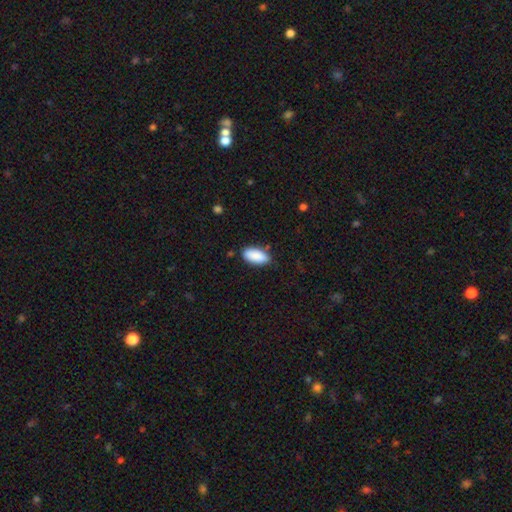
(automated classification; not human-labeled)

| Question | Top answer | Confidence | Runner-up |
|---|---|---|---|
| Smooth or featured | smooth | 90% | star or artifact (6%) |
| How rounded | in between | 91% | cigar-shaped (7%) |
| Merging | none | 82% | minor disturbance (14%) |